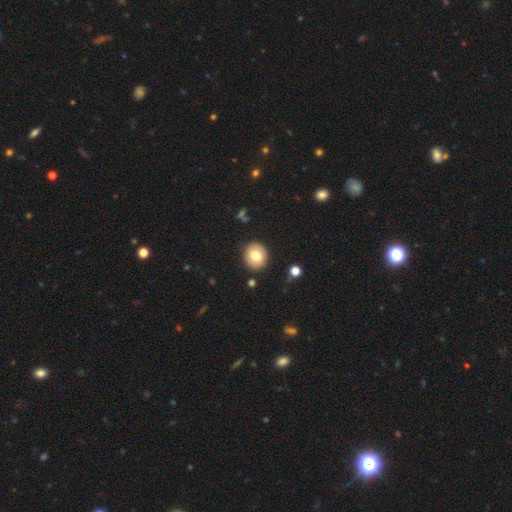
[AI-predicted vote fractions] This is likely a smooth galaxy (77%). How rounded: likely round (79%). Merging: clearly none (89%).